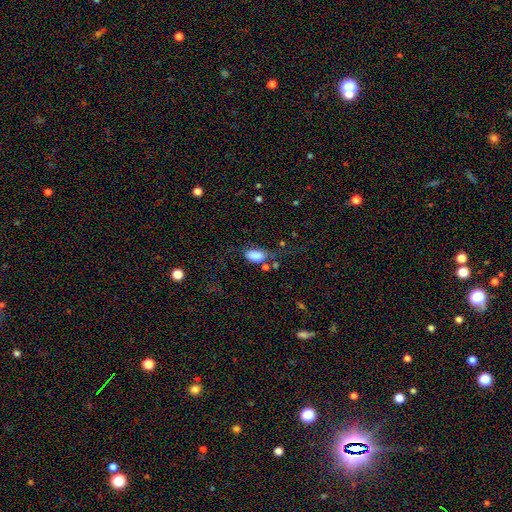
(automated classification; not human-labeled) A smooth galaxy with no disk features (83%) that is in between round and cigar-shaped (92%). Merging: none (51%).